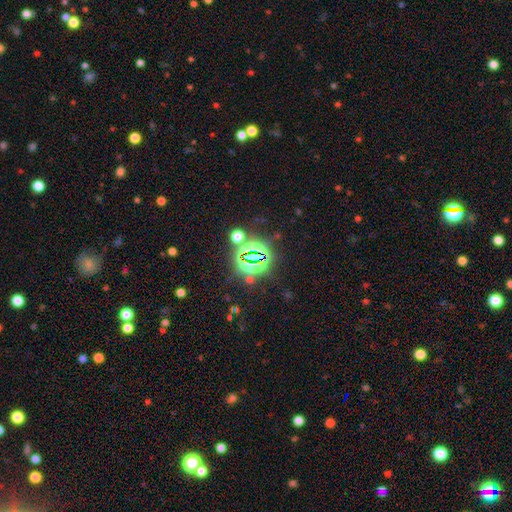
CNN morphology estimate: This is likely a star or artifact rather than a galaxy (77%).